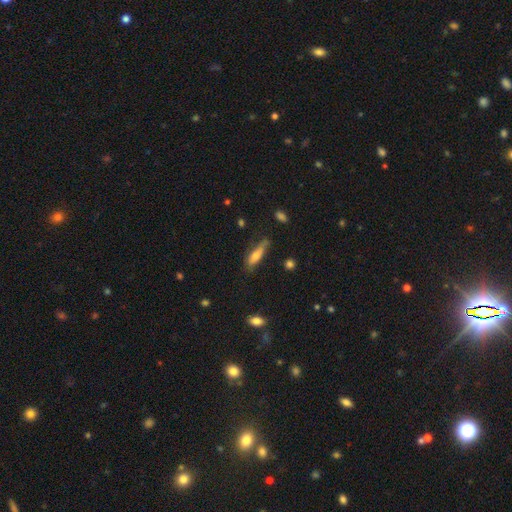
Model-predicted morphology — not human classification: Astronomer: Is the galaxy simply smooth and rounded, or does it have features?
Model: smooth — 67%.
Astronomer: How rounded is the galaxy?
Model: cigar-shaped — 62%.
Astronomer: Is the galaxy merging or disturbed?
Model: none — 57%.